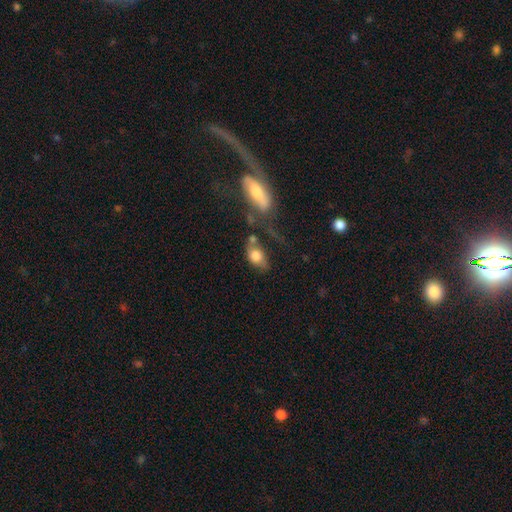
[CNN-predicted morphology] A smooth galaxy with no disk features (72%) that is in between round and cigar-shaped (80%).

Vote fractions:
- Smooth or featured? smooth: 72% / featured or disk: 19% / star or artifact: 8%
- How rounded? in between: 80% / round: 16% / cigar-shaped: 4%
- Merging? none: 38% / merger: 23% / minor disturbance: 22% / major disturbance: 18%